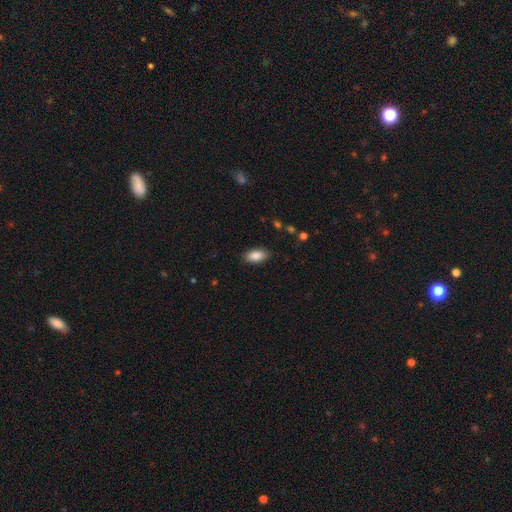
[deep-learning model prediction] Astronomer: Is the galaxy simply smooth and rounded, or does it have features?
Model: smooth — 88%.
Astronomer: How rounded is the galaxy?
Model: in between — 93%.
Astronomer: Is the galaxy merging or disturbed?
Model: none — 86%.